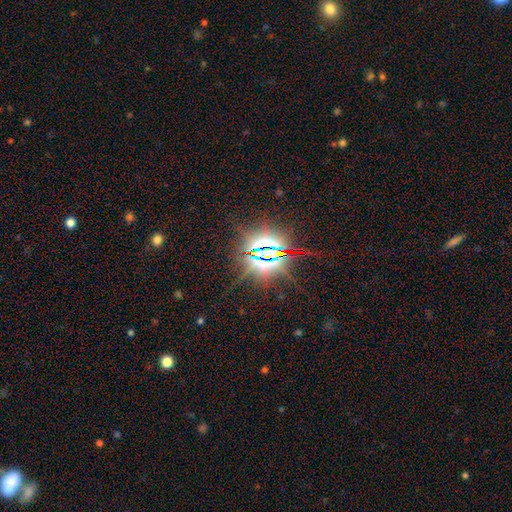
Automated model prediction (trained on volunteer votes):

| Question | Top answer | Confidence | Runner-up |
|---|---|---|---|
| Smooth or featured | star or artifact | 84% | smooth (9%) |